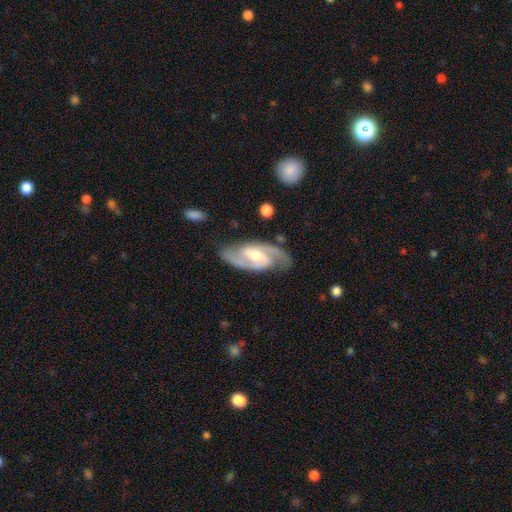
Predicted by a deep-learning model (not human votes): Morphology: type=featured or disk (90%); edge-on=no (96%); bar=weak (47%); spiral arms=yes (97%); winding=medium (57%); arm count=2 (92%); bulge=moderate (63%); merging=none (81%).